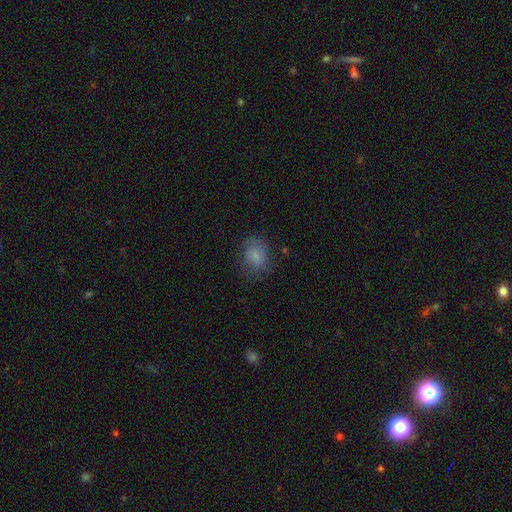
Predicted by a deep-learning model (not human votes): smooth-or-featured: smooth: 72% | featured or disk: 18% | star or artifact: 10%
  how-rounded: in between: 57% | round: 41% | cigar-shaped: 1%
  merging: none: 65% | minor disturbance: 22% | major disturbance: 12% | merger: 1%